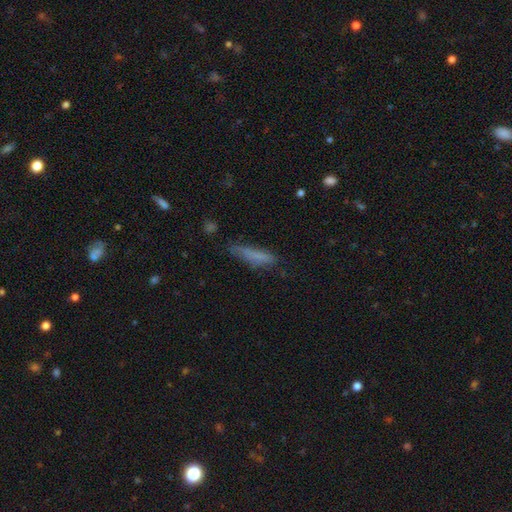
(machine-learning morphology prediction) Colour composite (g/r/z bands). It shows a smooth galaxy with no disk features (72%) that is cigar-shaped (81%). Merging: none (63%).